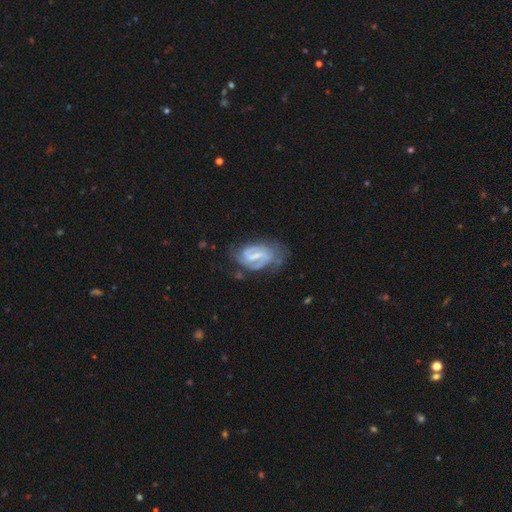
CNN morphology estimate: A featured or disk galaxy (81%) with a weak bar (47%), 2 (74%) medium (45%) spiral arms (92%) and a small central bulge (39%).

Vote fractions:
- Smooth or featured? featured or disk: 81% / smooth: 12% / star or artifact: 6%
- Edge-on disk? no: 97% / yes: 3%
- Bar? weak: 47% / strong: 40% / no: 13%
- Spiral arms? yes: 92% / no: 8%
- Spiral winding? medium: 45% / tight: 38% / loose: 17%
- Spiral arm count? 2: 74% / can't tell: 12% / 3: 5% / 1: 5% / 4: 2% / more than 4: 1%
- Bulge size? small: 39% / none: 33% / moderate: 24% / large: 3% / dominant: 1%
- Merging? none: 56% / minor disturbance: 26% / major disturbance: 15% / merger: 3%